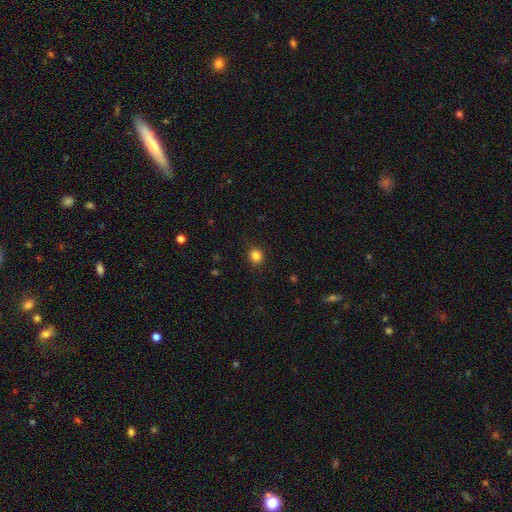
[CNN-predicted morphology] A smooth galaxy with no disk features (84%) that is round (86%).

Vote fractions:
- Smooth or featured? smooth: 84% / star or artifact: 12% / featured or disk: 4%
- How rounded? round: 86% / in between: 13% / cigar-shaped: 1%
- Merging? none: 89% / minor disturbance: 8% / major disturbance: 2% / merger: 1%